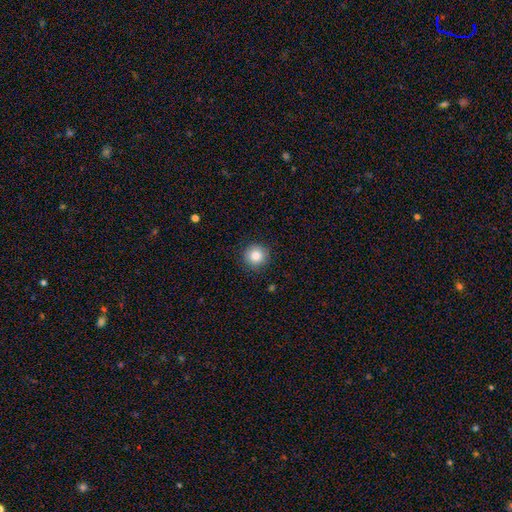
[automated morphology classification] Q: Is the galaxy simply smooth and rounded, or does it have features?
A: smooth — 85%.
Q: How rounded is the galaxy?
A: round — 94%.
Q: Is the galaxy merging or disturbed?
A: none — 90%.